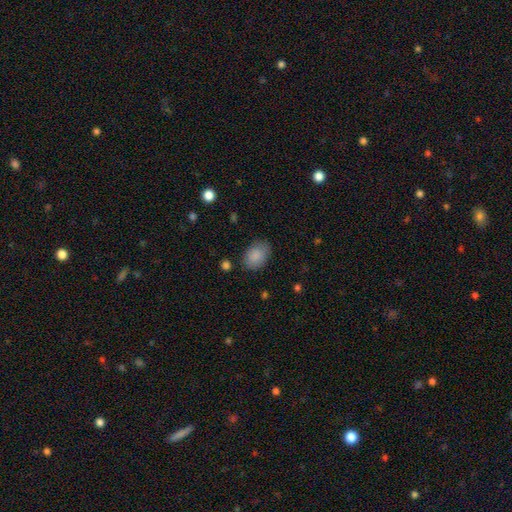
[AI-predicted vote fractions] Smooth or featured? Predicted: smooth (p=0.87). How rounded? Predicted: in between (p=0.80). Merging? Predicted: none (p=0.80).